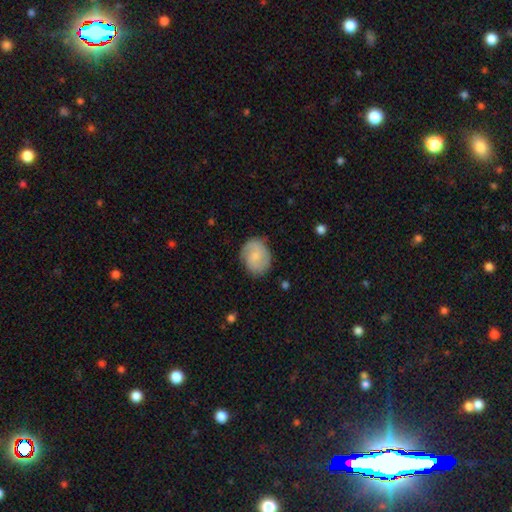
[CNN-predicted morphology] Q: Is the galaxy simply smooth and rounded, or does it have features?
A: smooth — 48%.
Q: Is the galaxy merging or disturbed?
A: none — 75%.